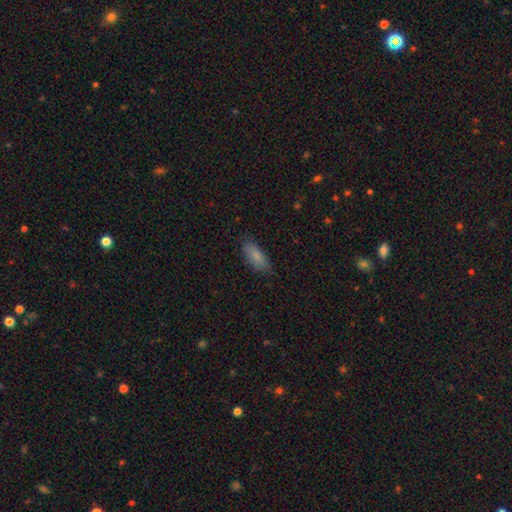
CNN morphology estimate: type=smooth (83%); roundness=in between (74%); merging=none (81%).